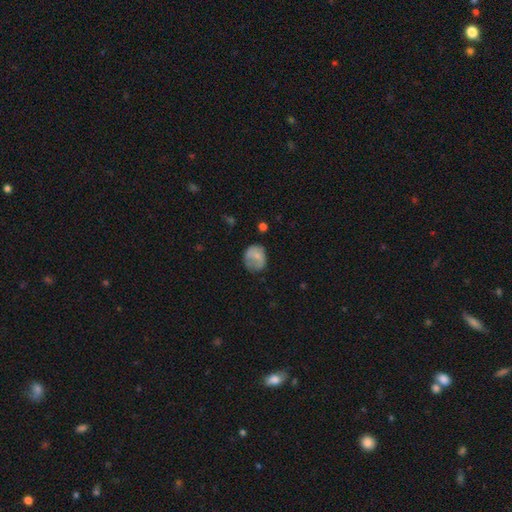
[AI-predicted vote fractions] Q: Smooth or featured?
A: smooth (72%); runner-up: featured or disk (19%)
Q: How rounded?
A: round (64%); runner-up: in between (35%)
Q: Merging?
A: none (49%); runner-up: minor disturbance (32%)